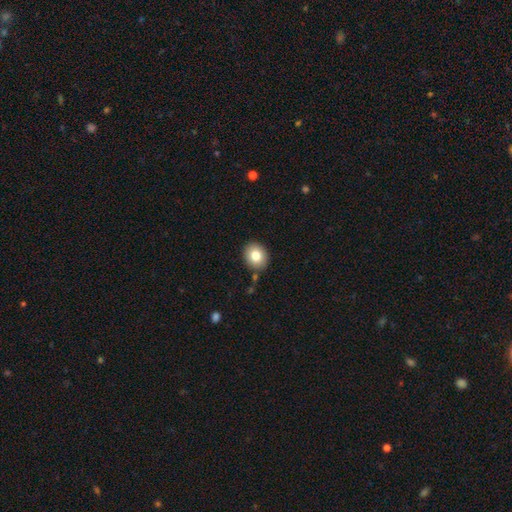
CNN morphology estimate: smooth-or-featured: smooth: 80% | featured or disk: 10% | star or artifact: 9%
  how-rounded: round: 63% | in between: 36% | cigar-shaped: 1%
  merging: none: 87% | minor disturbance: 9% | merger: 3% | major disturbance: 2%